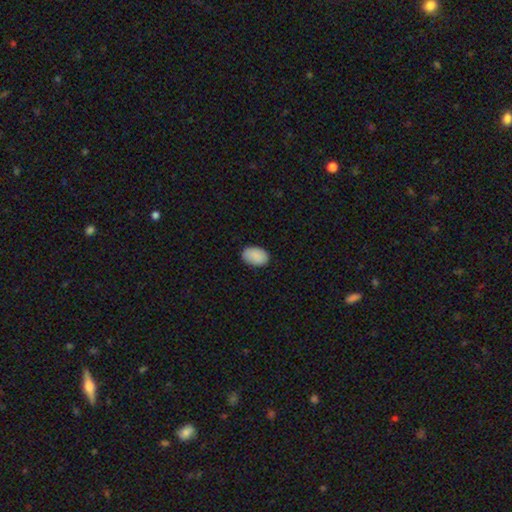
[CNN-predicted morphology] A smooth galaxy with no disk features (90%) that is in between round and cigar-shaped (89%). Merging: none (86%).